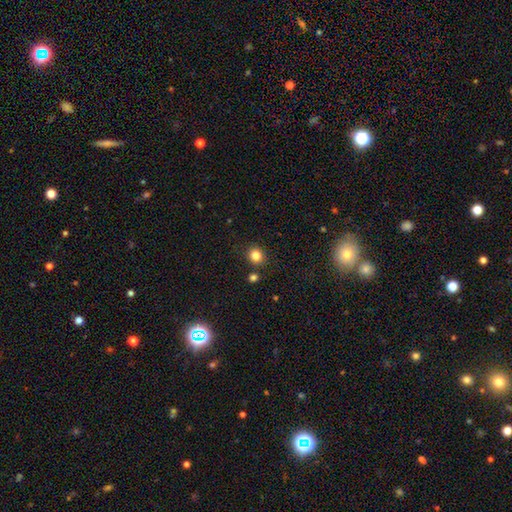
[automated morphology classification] Smooth or featured: smooth — 83% (star or artifact — 12%)
How rounded: round — 81% (in between — 18%)
Merging: none — 85% (minor disturbance — 8%)